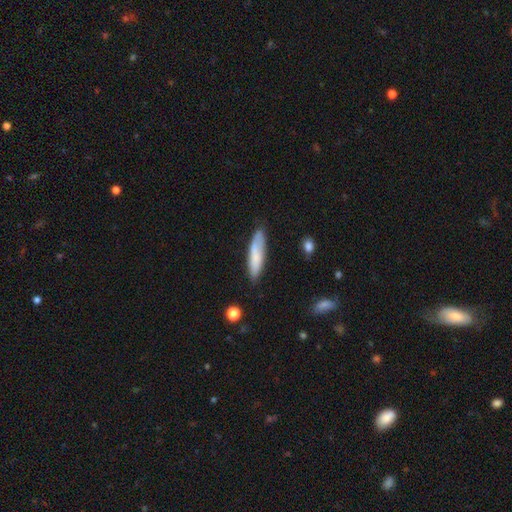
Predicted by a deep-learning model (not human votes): Morphology: type=smooth (73%); roundness=cigar-shaped (73%); merging=none (76%).